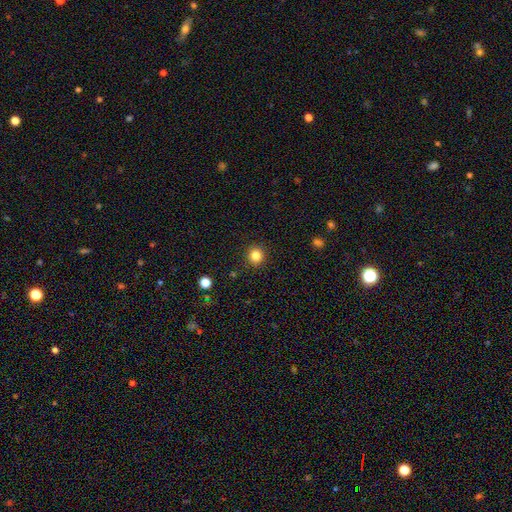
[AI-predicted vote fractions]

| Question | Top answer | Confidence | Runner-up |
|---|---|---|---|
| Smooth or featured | smooth | 83% | star or artifact (12%) |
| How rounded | round | 90% | in between (9%) |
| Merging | none | 91% | minor disturbance (6%) |